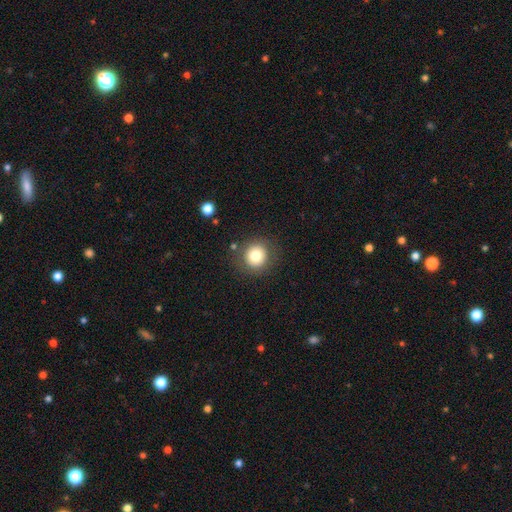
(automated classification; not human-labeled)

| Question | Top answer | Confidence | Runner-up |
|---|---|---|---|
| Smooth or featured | smooth | 78% | star or artifact (11%) |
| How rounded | round | 91% | in between (8%) |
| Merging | none | 86% | minor disturbance (9%) |